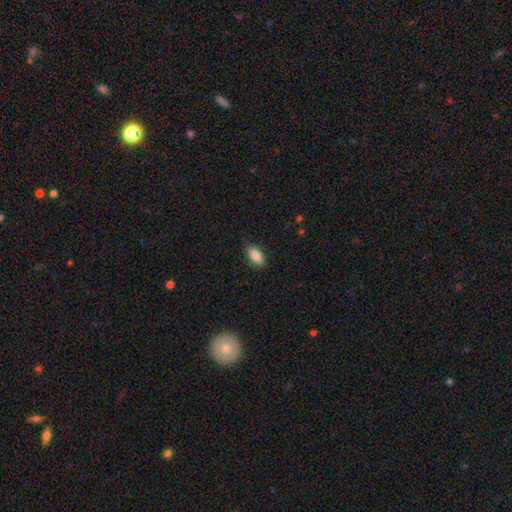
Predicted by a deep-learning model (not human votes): This is clearly a smooth galaxy (89%). How rounded: clearly in between (91%). Merging: clearly none (86%).